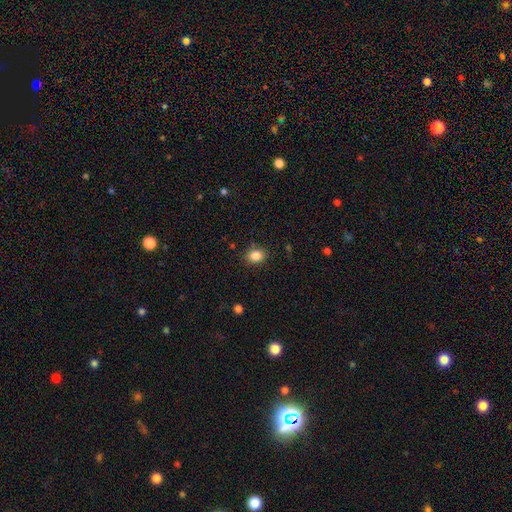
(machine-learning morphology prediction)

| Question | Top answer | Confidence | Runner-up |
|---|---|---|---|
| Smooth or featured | smooth | 85% | star or artifact (10%) |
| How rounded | round | 50% | in between (49%) |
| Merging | none | 87% | minor disturbance (9%) |